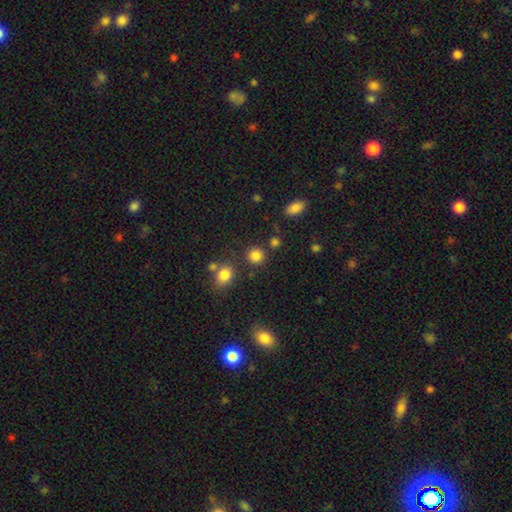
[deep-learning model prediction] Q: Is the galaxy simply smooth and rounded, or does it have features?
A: smooth — 83%.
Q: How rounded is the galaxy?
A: round — 88%.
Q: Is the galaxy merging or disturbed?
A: none — 80%.